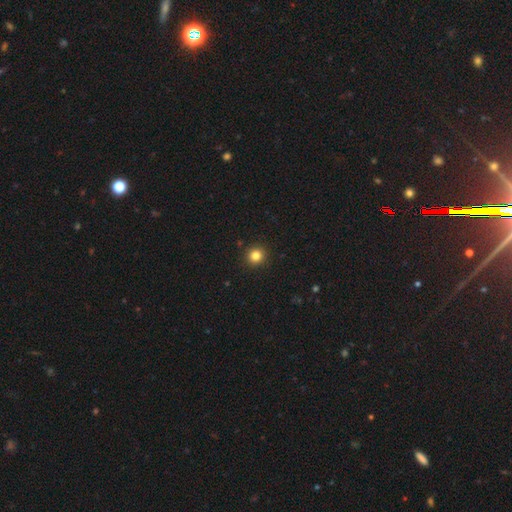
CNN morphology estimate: This appears to be a smooth galaxy with no disk features (83%) that is round (93%). Merging: none (93%).